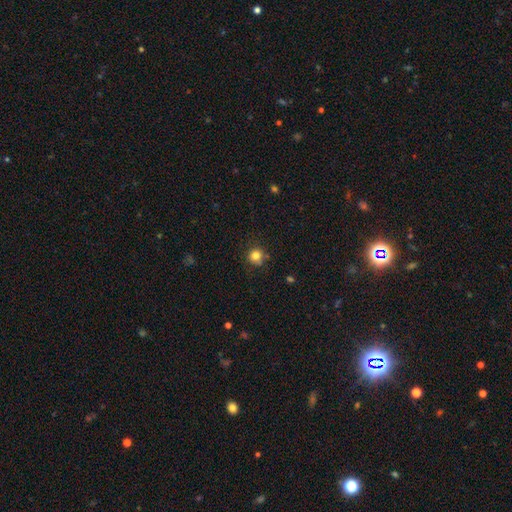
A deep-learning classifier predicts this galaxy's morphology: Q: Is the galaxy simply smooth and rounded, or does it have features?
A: smooth — 81%.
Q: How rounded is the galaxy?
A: round — 91%.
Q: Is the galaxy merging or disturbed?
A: none — 77%.